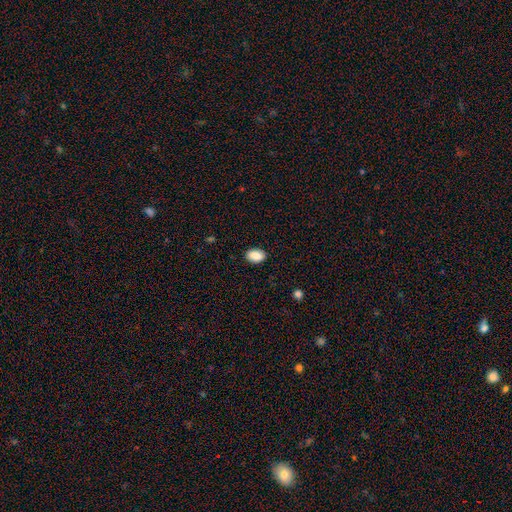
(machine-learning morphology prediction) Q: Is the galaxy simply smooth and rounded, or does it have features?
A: smooth — 89%.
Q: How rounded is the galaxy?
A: in between — 87%.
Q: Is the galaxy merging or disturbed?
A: none — 88%.